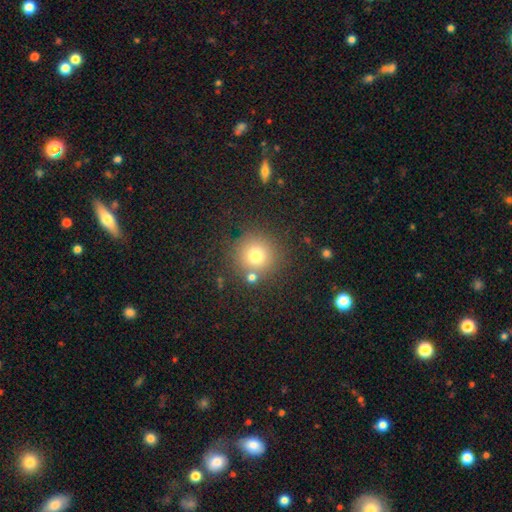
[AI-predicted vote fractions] This appears to be a smooth galaxy with no disk features (74%) that is round (94%). Merging: none (79%).